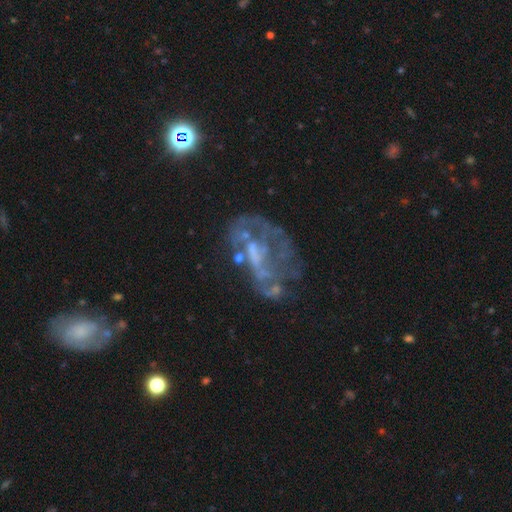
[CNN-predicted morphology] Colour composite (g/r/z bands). It shows a featured or disk galaxy (71%) with no bar (58%), no spiral arms (61%) and no central bulge (55%). Merging: none (37%).